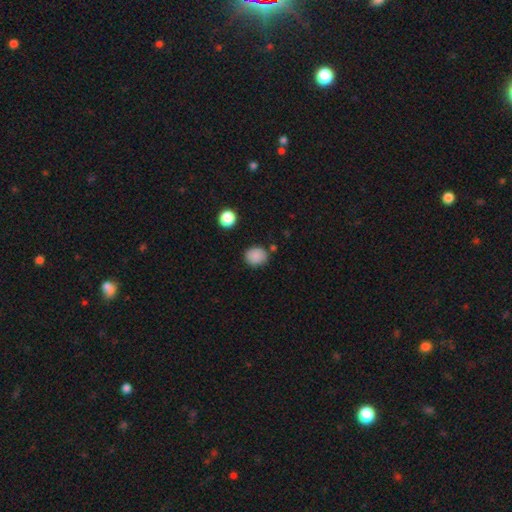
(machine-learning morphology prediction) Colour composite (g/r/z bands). It shows a smooth galaxy with no disk features (87%) that is round (73%). Merging: none (81%).